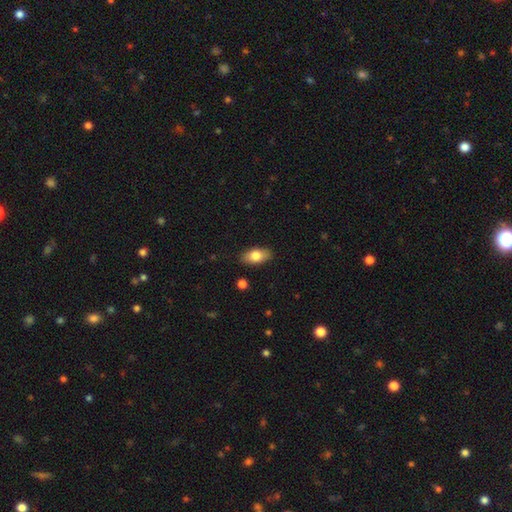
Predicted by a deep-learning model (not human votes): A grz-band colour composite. It shows a smooth galaxy with no disk features (78%) that is in between round and cigar-shaped (90%). Merging: none (87%).